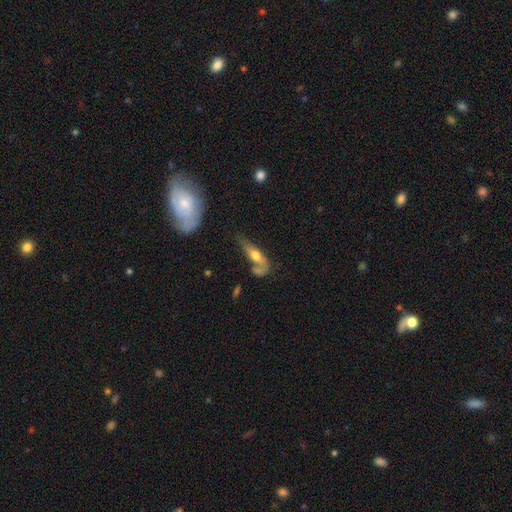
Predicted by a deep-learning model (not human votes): Smooth or featured?
  - smooth: 50% *
  - featured or disk: 42%
  - star or artifact: 8%
Merging?
  - none: 30% *
  - merger: 26%
  - minor disturbance: 23%
  - major disturbance: 22%